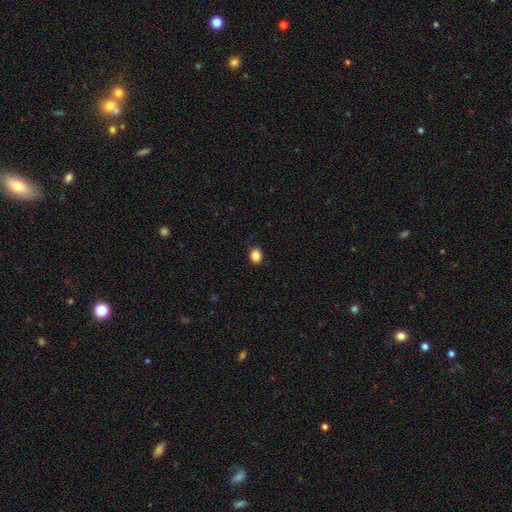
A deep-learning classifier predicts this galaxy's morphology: smooth-or-featured: smooth: 86% | star or artifact: 10% | featured or disk: 4%
  how-rounded: round: 55% | in between: 44% | cigar-shaped: 1%
  merging: none: 89% | minor disturbance: 8% | major disturbance: 2% | merger: 1%